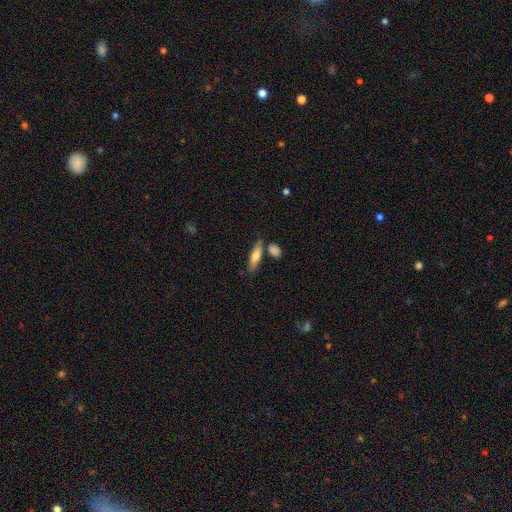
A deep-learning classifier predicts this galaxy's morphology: smooth 65%, featured or disk 29%, star or artifact 6%. Down the decision tree: how rounded — cigar-shaped (64%); merging — none (72%).